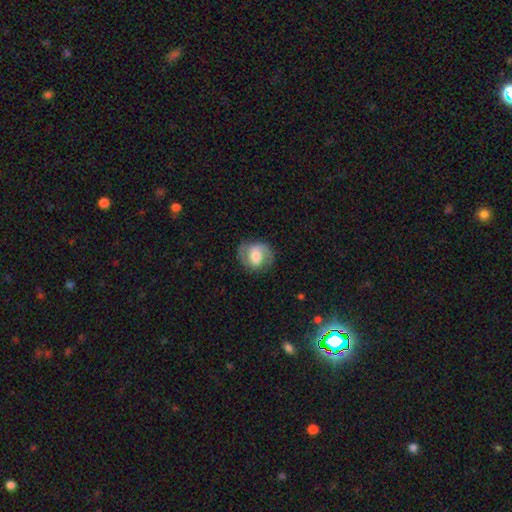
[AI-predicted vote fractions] A featured or disk galaxy (62%) with a weak bar (43%), 2 (86%) medium (49%) spiral arms (86%) and a moderate central bulge (58%).

Vote fractions:
- Smooth or featured? featured or disk: 62% / smooth: 31% / star or artifact: 7%
- Edge-on disk? no: 97% / yes: 3%
- Bar? weak: 43% / no: 38% / strong: 19%
- Spiral arms? yes: 86% / no: 14%
- Spiral winding? medium: 49% / tight: 30% / loose: 21%
- Spiral arm count? 2: 86% / can't tell: 7% / 1: 4% / 3: 1% / 4: 1% / more than 4: 1%
- Bulge size? moderate: 58% / small: 20% / large: 17% / none: 3% / dominant: 2%
- Merging? none: 77% / minor disturbance: 15% / major disturbance: 7% / merger: 1%